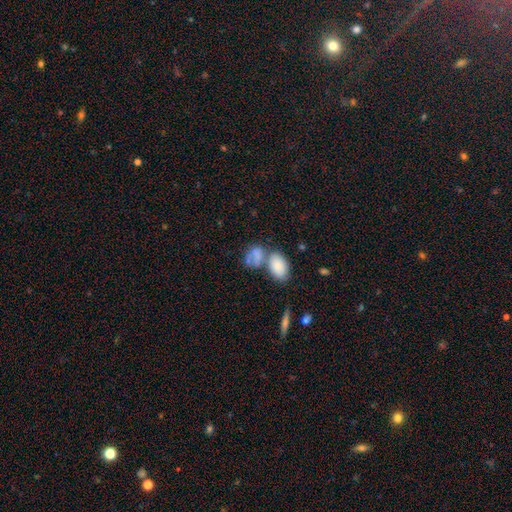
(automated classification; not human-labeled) smooth 75%, featured or disk 16%, star or artifact 9%. Down the decision tree: how rounded — in between (84%); merging — merger (56%).